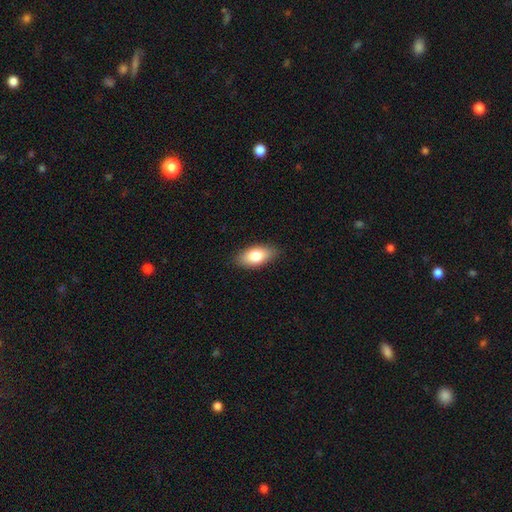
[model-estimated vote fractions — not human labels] Q: Smooth or featured?
A: smooth (81%); runner-up: featured or disk (13%)
Q: How rounded?
A: in between (90%); runner-up: cigar-shaped (7%)
Q: Merging?
A: none (87%); runner-up: minor disturbance (10%)